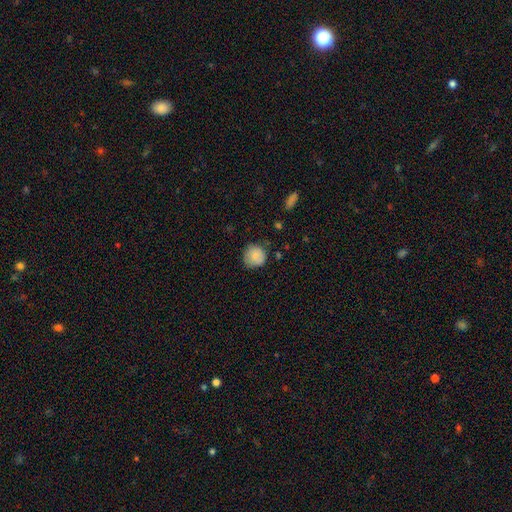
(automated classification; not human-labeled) Smooth or featured? Predicted: smooth (p=0.81). How rounded? Predicted: round (p=0.88). Merging? Predicted: none (p=0.71).